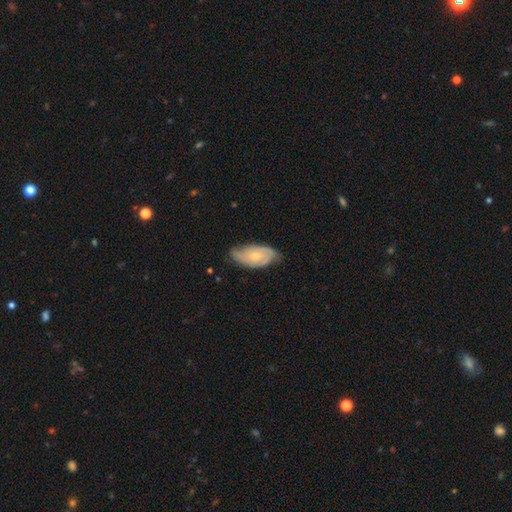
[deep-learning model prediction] A featured or disk galaxy (59%) with no bar (79%), spiral arms (84%) and a small central bulge (59%).

Vote fractions:
- Smooth or featured? featured or disk: 59% / smooth: 35% / star or artifact: 6%
- Edge-on disk? no: 92% / yes: 8%
- Bar? no: 79% / weak: 18% / strong: 3%
- Spiral arms? yes: 84% / no: 16%
- Bulge size? small: 59% / moderate: 36% / none: 2% / large: 1% / dominant: 1%
- Merging? none: 68% / minor disturbance: 26% / major disturbance: 5% / merger: 1%